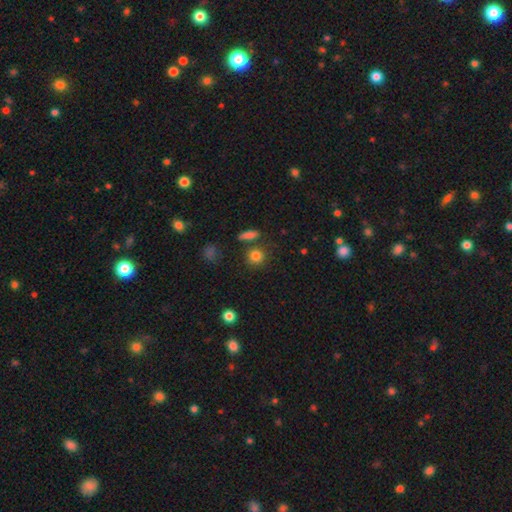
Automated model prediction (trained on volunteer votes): Q: Smooth or featured?
A: smooth (83%); runner-up: star or artifact (11%)
Q: How rounded?
A: round (85%); runner-up: in between (13%)
Q: Merging?
A: none (76%); runner-up: minor disturbance (10%)